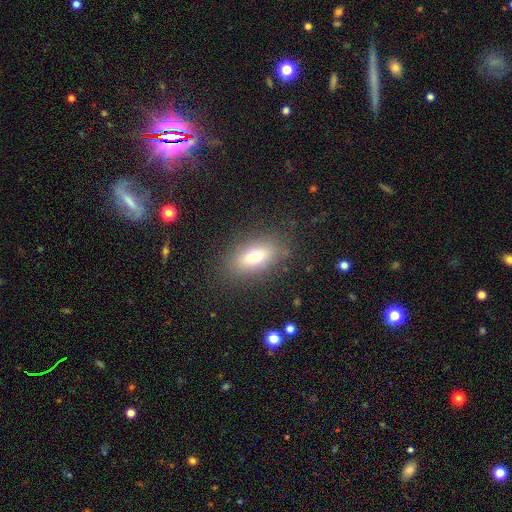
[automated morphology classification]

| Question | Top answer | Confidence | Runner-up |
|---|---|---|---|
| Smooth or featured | smooth | 62% | featured or disk (20%) |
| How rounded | in between | 82% | cigar-shaped (11%) |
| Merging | none | 86% | minor disturbance (9%) |